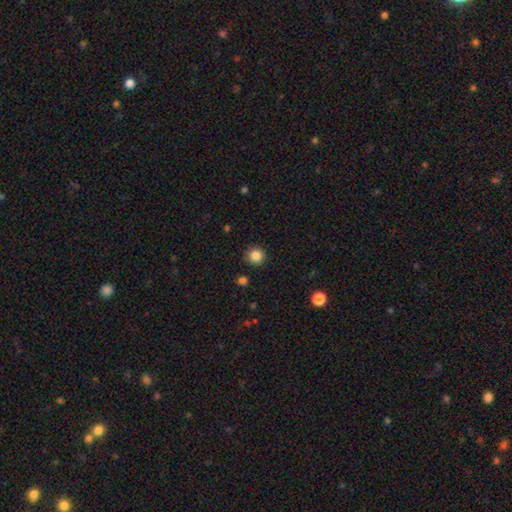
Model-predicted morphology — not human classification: A smooth galaxy with no disk features (85%) that is round (93%).

Vote fractions:
- Smooth or featured? smooth: 85% / star or artifact: 11% / featured or disk: 4%
- How rounded? round: 93% / in between: 6% / cigar-shaped: 1%
- Merging? none: 90% / minor disturbance: 6% / major disturbance: 2% / merger: 1%